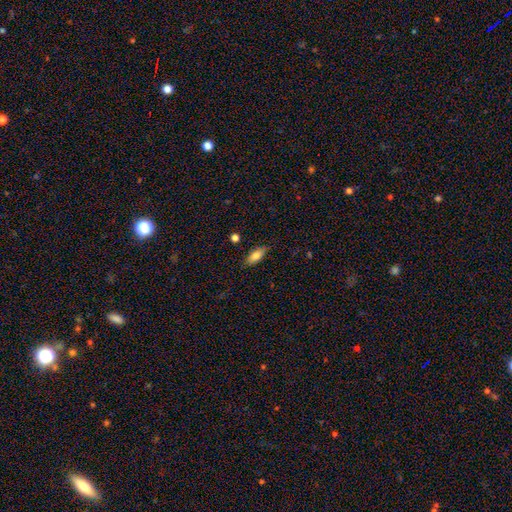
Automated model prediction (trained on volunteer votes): Overall: smooth (79%). How rounded: in between (76%). Merging: none (80%).